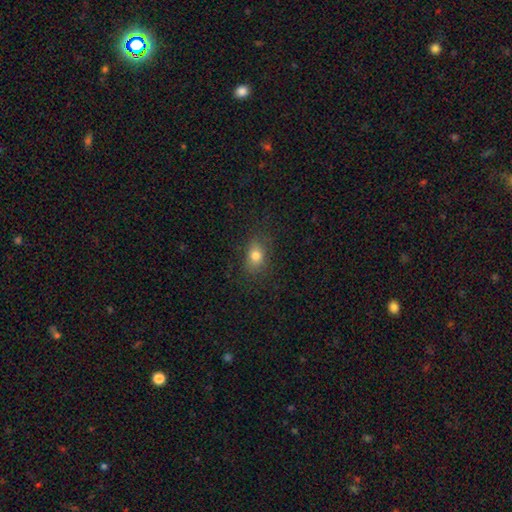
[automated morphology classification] Overall: smooth (79%). How rounded: in between (71%). Merging: none (79%).